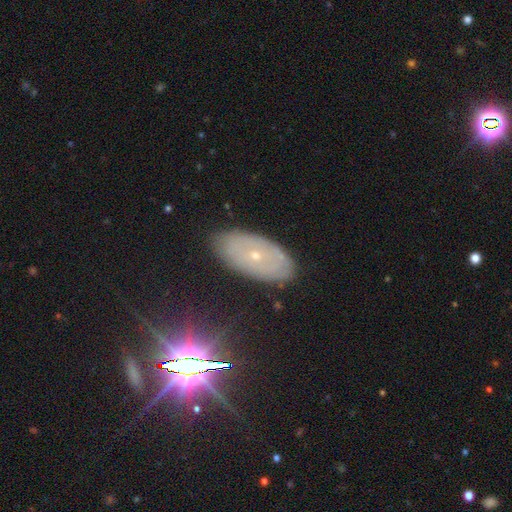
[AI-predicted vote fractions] A featured or disk galaxy (49%). Merging: none (83%).